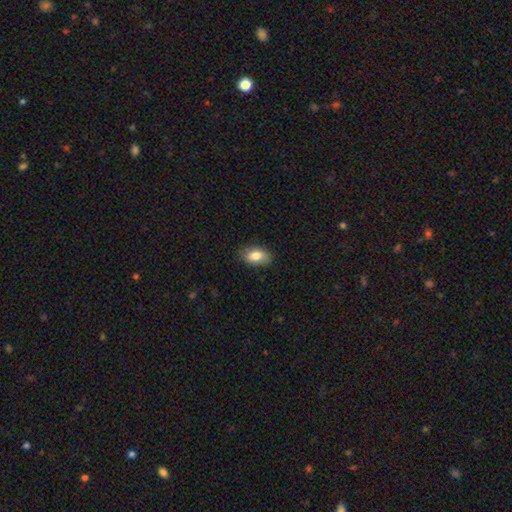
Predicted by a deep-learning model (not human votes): Q: Smooth or featured?
A: smooth (81%); runner-up: featured or disk (12%)
Q: How rounded?
A: in between (89%); runner-up: round (9%)
Q: Merging?
A: none (84%); runner-up: minor disturbance (13%)